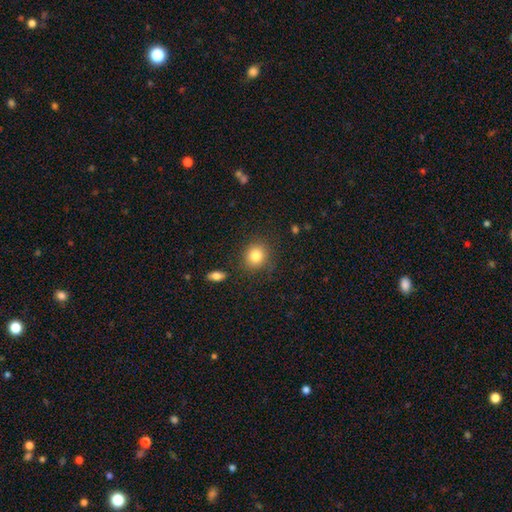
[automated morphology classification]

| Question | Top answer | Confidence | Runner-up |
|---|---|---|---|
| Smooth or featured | smooth | 83% | star or artifact (10%) |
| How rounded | round | 81% | in between (18%) |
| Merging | none | 85% | minor disturbance (10%) |